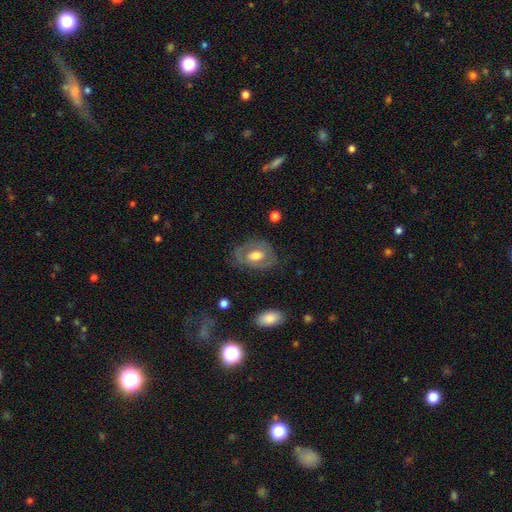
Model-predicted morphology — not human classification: Smooth or featured? featured or disk (55%)
Edge-on disk? no (93%)
Bar? no (62%)
Spiral arms? no (67%)
Bulge size? moderate (54%)
Merging? none (71%)